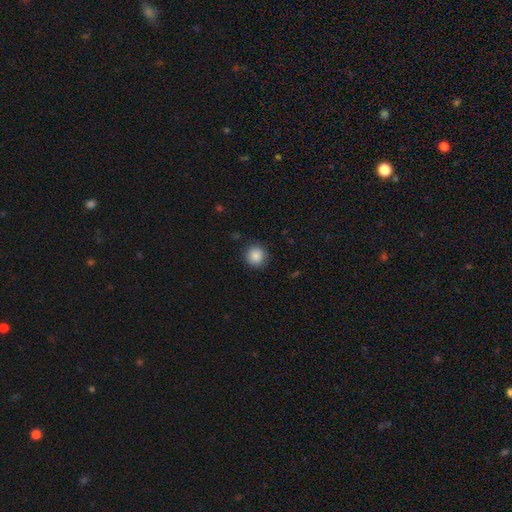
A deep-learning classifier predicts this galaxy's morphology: A smooth galaxy with no disk features (87%) that is round (91%). Merging: none (88%).